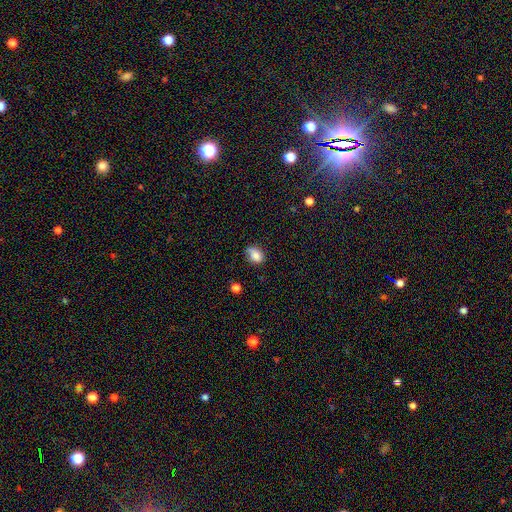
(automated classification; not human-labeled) Overall: smooth (76%). How rounded: in between (73%). Merging: none (52%; minor disturbance 32%).